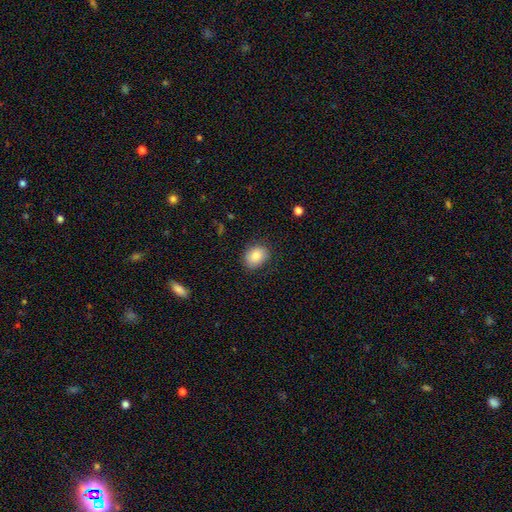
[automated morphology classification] Overall: smooth (83%). How rounded: in between (56%; round 44%). Merging: none (82%).